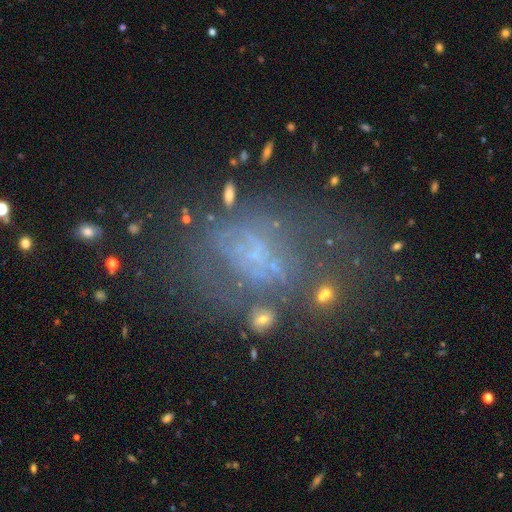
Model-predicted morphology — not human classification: Smooth or featured?
  - featured or disk: 48% *
  - smooth: 29%
  - star or artifact: 23%
Merging?
  - none: 48% *
  - major disturbance: 24%
  - minor disturbance: 21%
  - merger: 7%